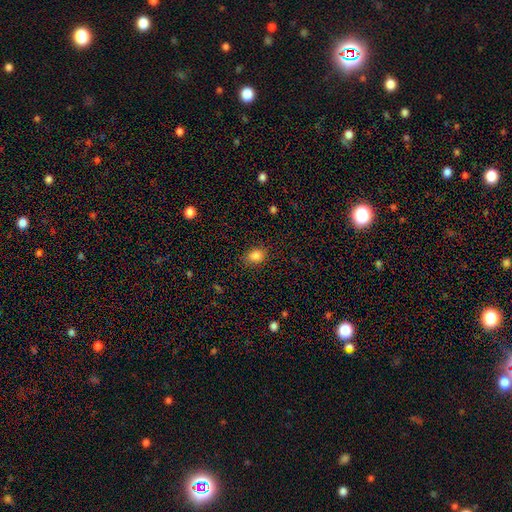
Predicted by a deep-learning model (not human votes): This is clearly a smooth galaxy (86%). How rounded: likely in between (64%). Merging: clearly none (82%).